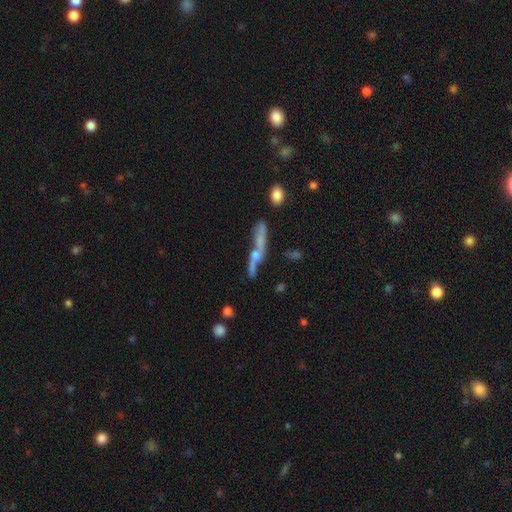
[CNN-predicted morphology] featured or disk 58%, smooth 30%, star or artifact 12%. Down the decision tree: edge-on disk — yes (55%); merging — none (37%).